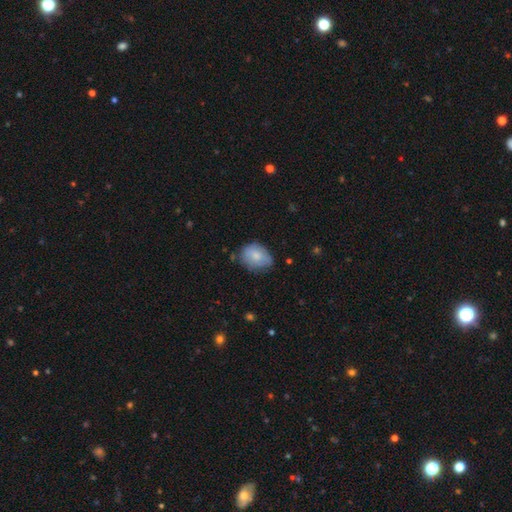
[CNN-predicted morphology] A smooth galaxy with no disk features (77%) that is in between round and cigar-shaped (65%). Merging: none (62%).